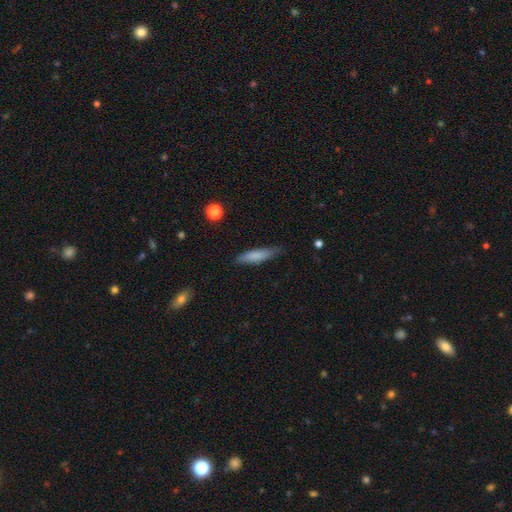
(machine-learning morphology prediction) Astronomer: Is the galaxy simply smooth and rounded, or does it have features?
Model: smooth — 80%.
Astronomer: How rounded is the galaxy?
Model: cigar-shaped — 72%.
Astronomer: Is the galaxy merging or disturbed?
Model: none — 74%.